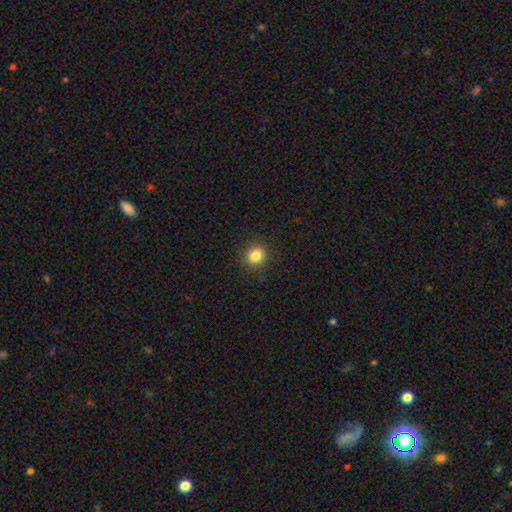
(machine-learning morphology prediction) The model was most divided on "smooth or featured": smooth: 83%, star or artifact: 11%, featured or disk: 5%. More confident: merging — none (91%); how rounded — round (88%).